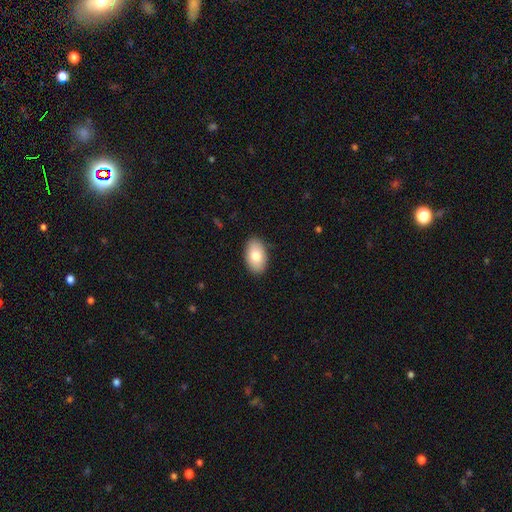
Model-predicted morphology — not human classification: The model was most divided on "smooth or featured": smooth: 79%, featured or disk: 15%, star or artifact: 6%. More confident: how rounded — in between (93%); merging — none (87%).